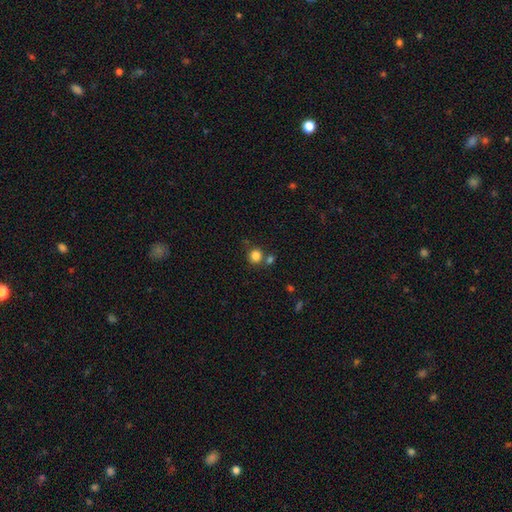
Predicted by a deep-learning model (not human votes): This is clearly a smooth galaxy (83%). How rounded: clearly round (87%). Merging: likely none (69%).